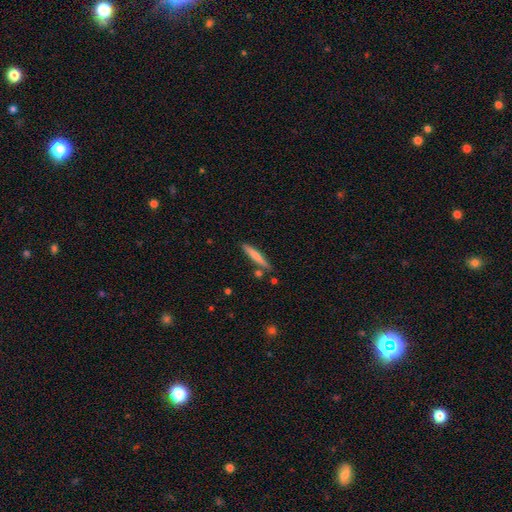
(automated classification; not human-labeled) Morphology: type=smooth (69%); roundness=cigar-shaped (93%); merging=none (82%).